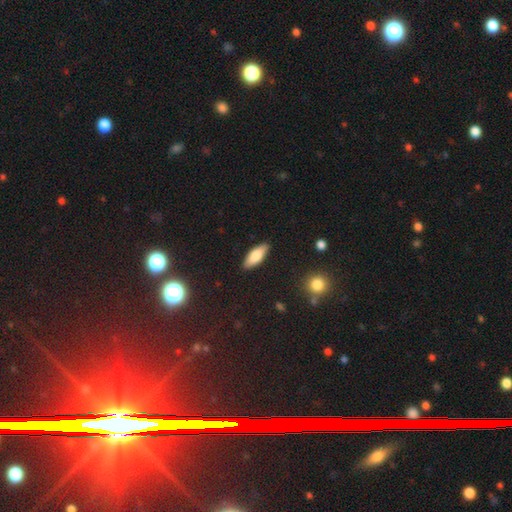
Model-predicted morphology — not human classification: A smooth galaxy with no disk features (76%) that is in between round and cigar-shaped (69%).

Vote fractions:
- Smooth or featured? smooth: 76% / featured or disk: 17% / star or artifact: 6%
- How rounded? in between: 69% / cigar-shaped: 29% / round: 2%
- Merging? none: 88% / minor disturbance: 9% / major disturbance: 2% / merger: 1%